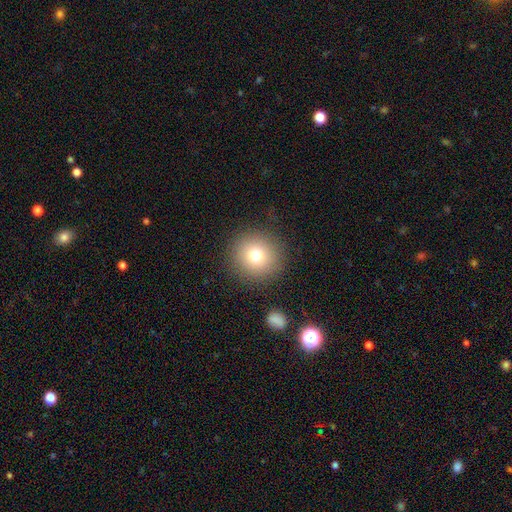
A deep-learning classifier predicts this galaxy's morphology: type=smooth (76%); roundness=round (94%); merging=none (88%).